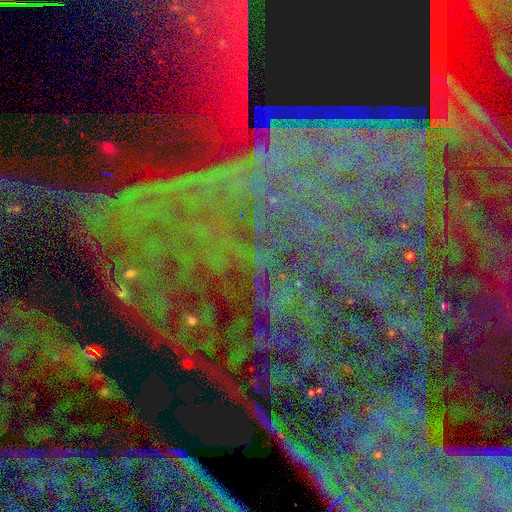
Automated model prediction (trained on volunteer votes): smooth_or_featured: star or artifact (p=0.86) [alt: featured or disk p=0.07]